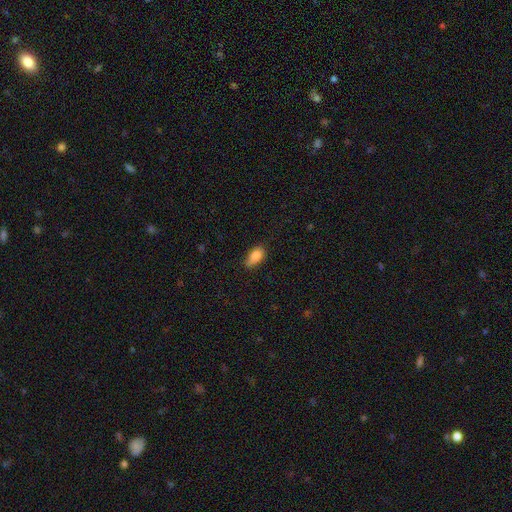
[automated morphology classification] type=smooth (85%); roundness=in between (88%); merging=none (63%).